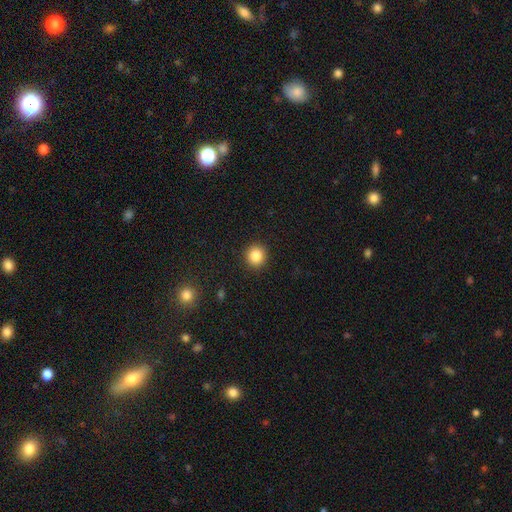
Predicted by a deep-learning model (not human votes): Smooth or featured?
  - smooth: 85% *
  - star or artifact: 10%
  - featured or disk: 5%
How rounded?
  - round: 92% *
  - in between: 7%
  - cigar-shaped: 1%
Merging?
  - none: 92% *
  - minor disturbance: 5%
  - major disturbance: 2%
  - merger: 1%